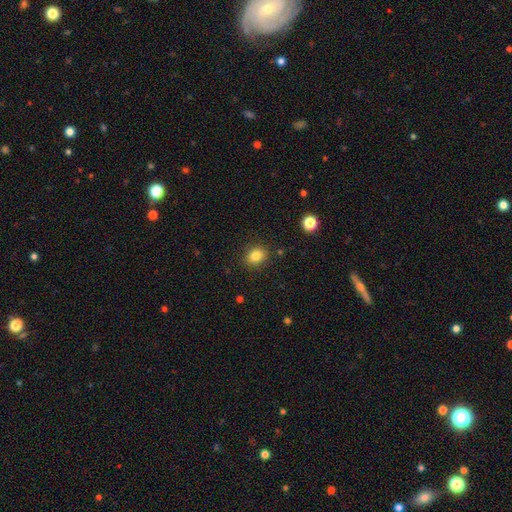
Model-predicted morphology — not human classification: A smooth galaxy with no disk features (83%) that is round (51%). Merging: none (87%).